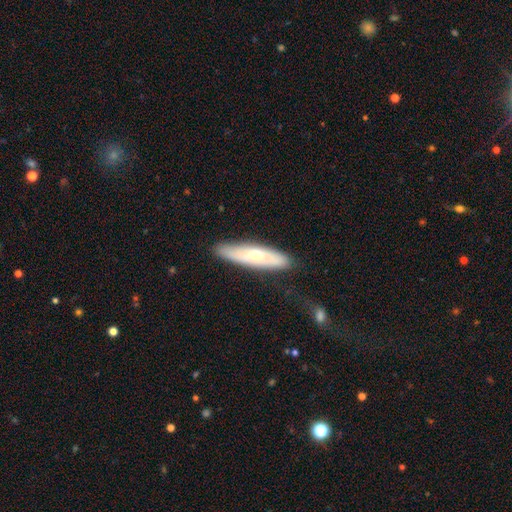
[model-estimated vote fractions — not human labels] Q: Smooth or featured?
A: smooth (50%); runner-up: featured or disk (44%)
Q: How rounded?
A: cigar-shaped (71%); runner-up: in between (27%)
Q: Merging?
A: none (82%); runner-up: minor disturbance (13%)